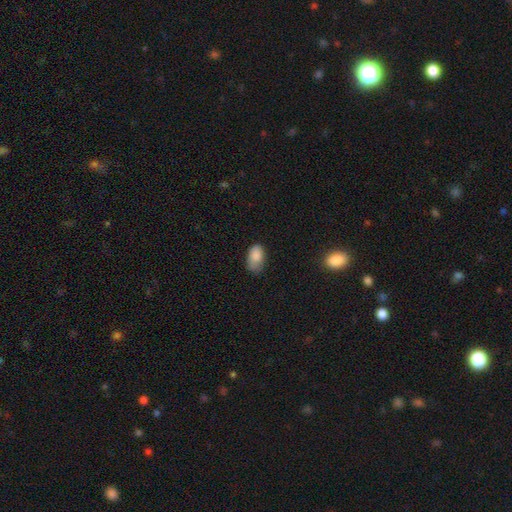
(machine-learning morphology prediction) Q: Smooth or featured?
A: smooth (85%); runner-up: star or artifact (8%)
Q: How rounded?
A: in between (92%); runner-up: round (7%)
Q: Merging?
A: none (55%); runner-up: minor disturbance (35%)